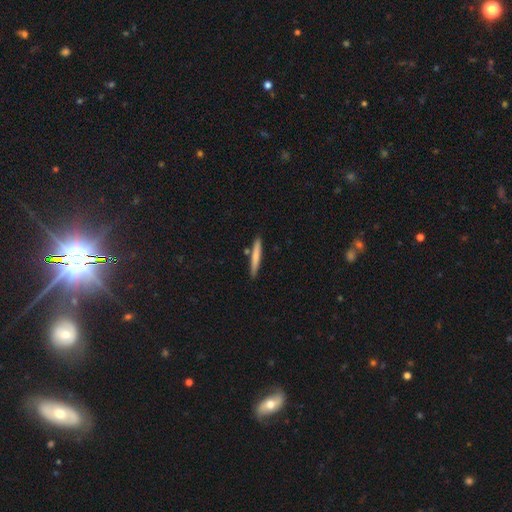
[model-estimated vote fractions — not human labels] smooth-or-featured: smooth: 72% | featured or disk: 23% | star or artifact: 5%
  how-rounded: cigar-shaped: 95% | in between: 4% | round: 1%
  merging: none: 85% | minor disturbance: 9% | merger: 5% | major disturbance: 2%